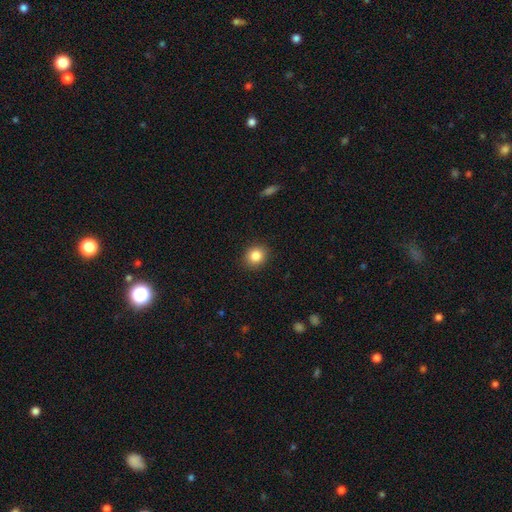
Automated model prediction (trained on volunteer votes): The model was most divided on "how rounded": round: 75%, in between: 24%, cigar-shaped: 1%. More confident: merging — none (90%); smooth or featured — smooth (85%).